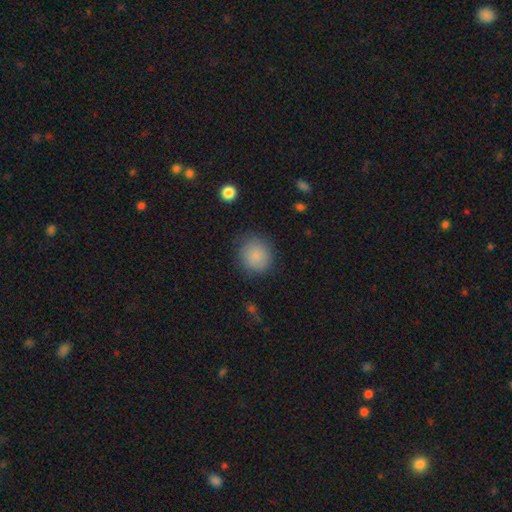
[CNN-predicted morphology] This appears to be a smooth galaxy with no disk features (85%) that is round (88%). Merging: none (80%).